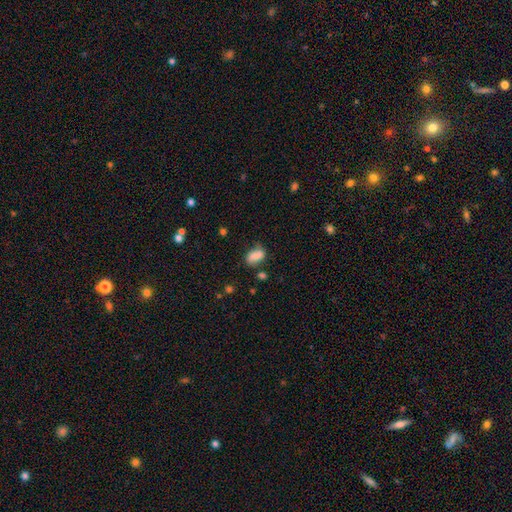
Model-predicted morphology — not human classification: The model was most divided on "merging": none: 59%, minor disturbance: 27%, major disturbance: 9%, merger: 6%. More confident: how rounded — in between (87%); smooth or featured — smooth (81%).